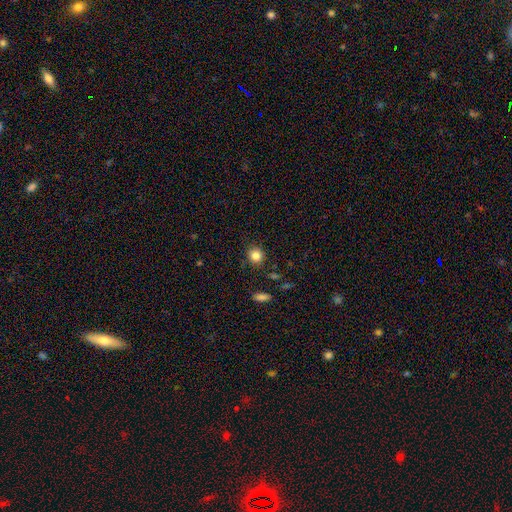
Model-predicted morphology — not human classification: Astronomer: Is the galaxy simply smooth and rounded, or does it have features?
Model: smooth — 83%.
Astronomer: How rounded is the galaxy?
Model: round — 85%.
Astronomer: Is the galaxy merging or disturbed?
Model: none — 89%.